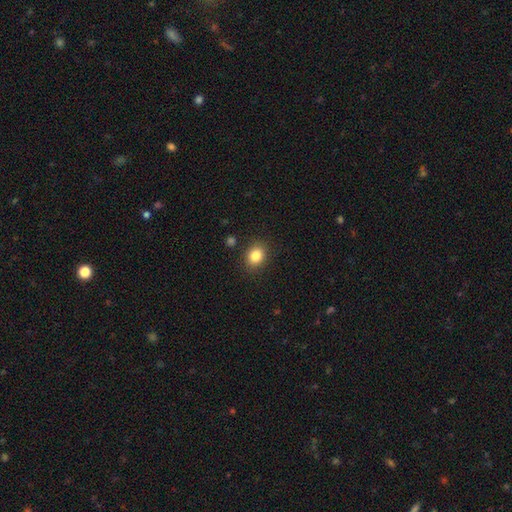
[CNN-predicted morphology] This is clearly a smooth galaxy (84%). How rounded: possibly round (57%). Merging: clearly none (87%).